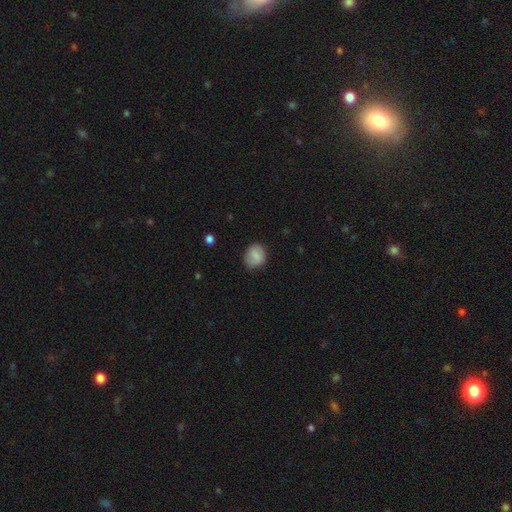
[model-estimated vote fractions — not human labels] Q: Smooth or featured?
A: smooth (82%); runner-up: featured or disk (11%)
Q: How rounded?
A: round (63%); runner-up: in between (36%)
Q: Merging?
A: none (81%); runner-up: minor disturbance (15%)